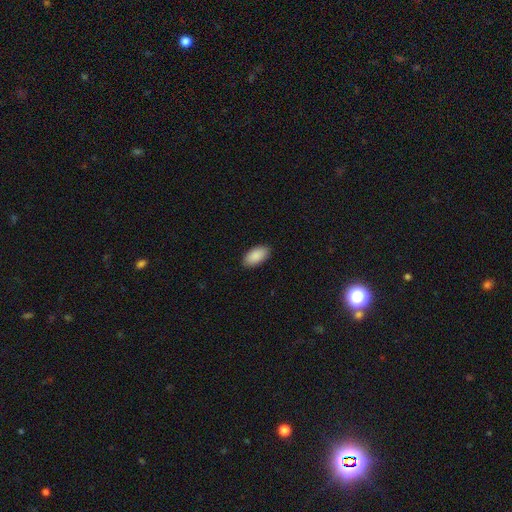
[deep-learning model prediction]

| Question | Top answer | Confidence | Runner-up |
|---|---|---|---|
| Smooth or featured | smooth | 90% | star or artifact (6%) |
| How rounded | in between | 95% | cigar-shaped (3%) |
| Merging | none | 89% | minor disturbance (8%) |